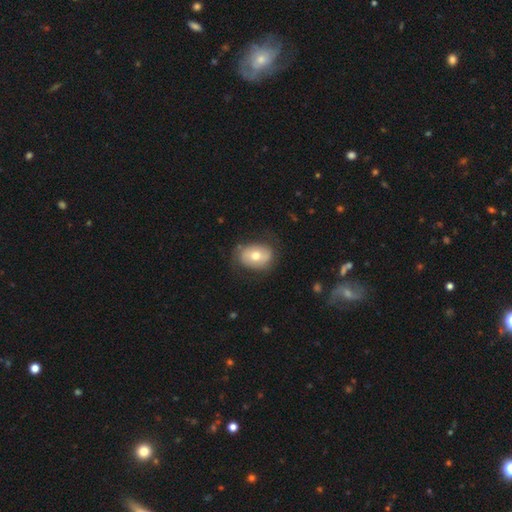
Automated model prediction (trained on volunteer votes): Overall: smooth (60%; featured or disk 33%). How rounded: in between (69%; round 30%). Merging: none (73%).